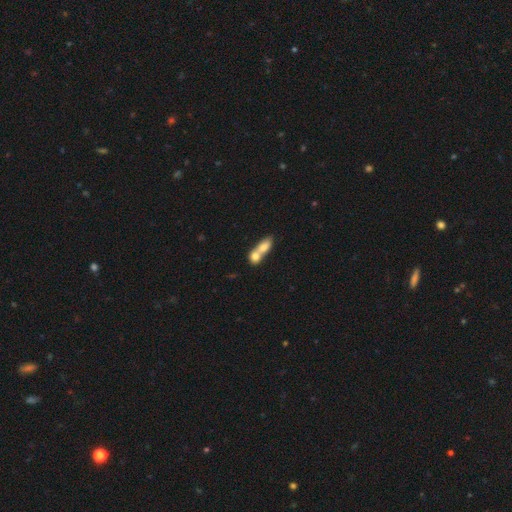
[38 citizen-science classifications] A smooth galaxy with no disk features (68%) that is in between round and cigar-shaped (42%). Merging: merger (83%).